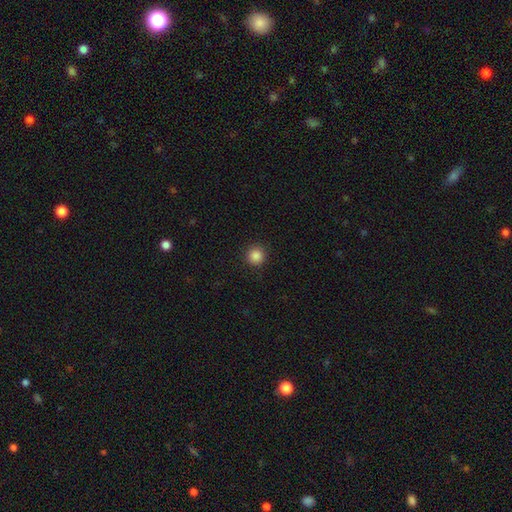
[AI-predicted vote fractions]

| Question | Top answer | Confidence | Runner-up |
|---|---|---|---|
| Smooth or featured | smooth | 86% | star or artifact (11%) |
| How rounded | round | 95% | in between (4%) |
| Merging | none | 92% | minor disturbance (5%) |